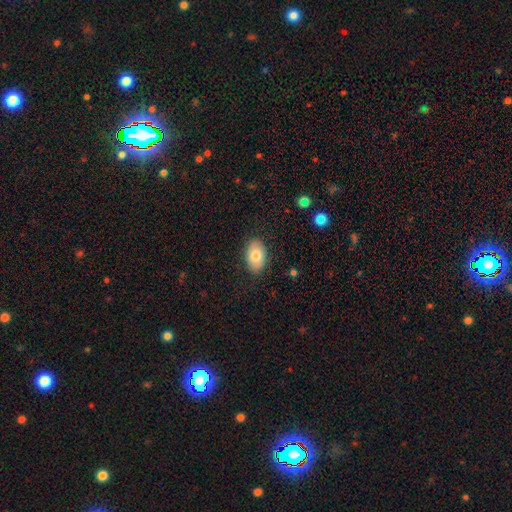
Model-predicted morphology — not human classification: This appears to be a smooth galaxy with no disk features (78%) that is in between round and cigar-shaped (89%). Merging: none (85%).